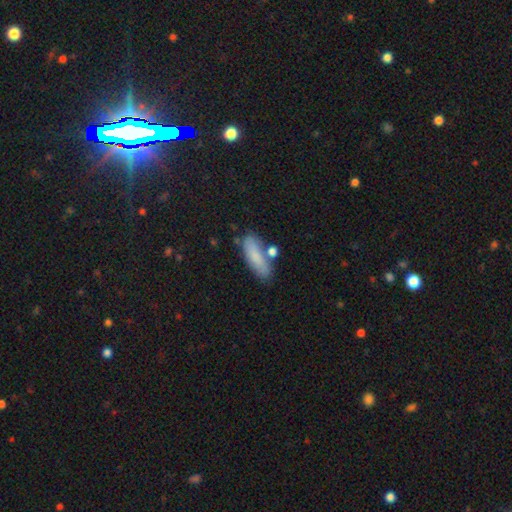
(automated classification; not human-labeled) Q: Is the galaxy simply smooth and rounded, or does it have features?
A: smooth — 80%.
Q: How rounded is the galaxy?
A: in between — 53%.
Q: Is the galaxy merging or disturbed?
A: none — 66%.